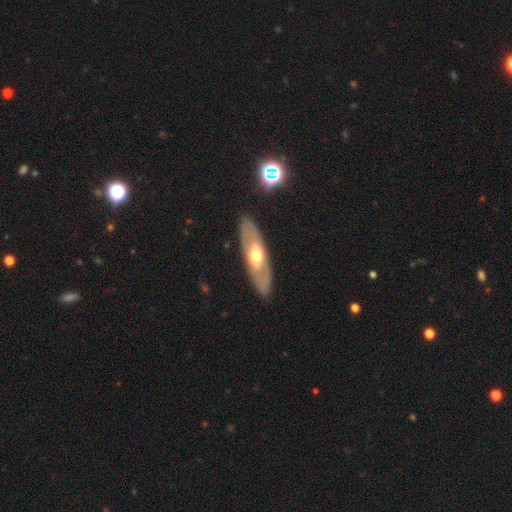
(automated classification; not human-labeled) A featured or disk galaxy (60%). Merging: none (87%).